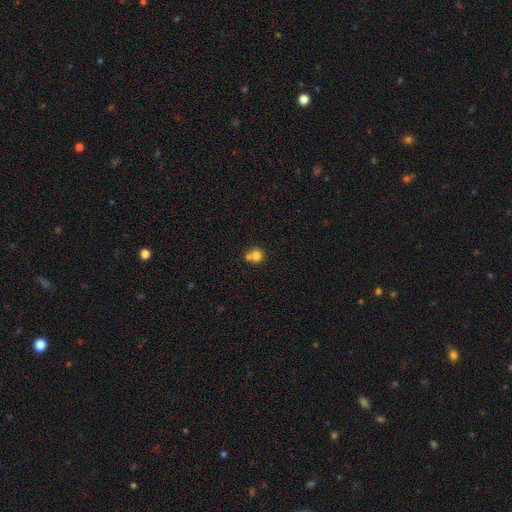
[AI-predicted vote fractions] Smooth or featured: smooth — 78% (featured or disk — 11%)
How rounded: round — 85% (in between — 14%)
Merging: none — 46% (merger — 42%)